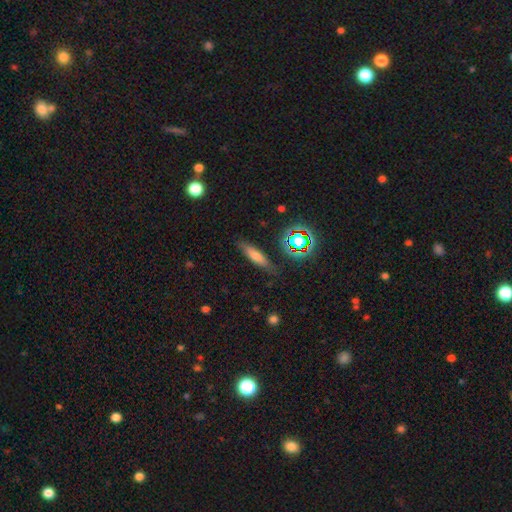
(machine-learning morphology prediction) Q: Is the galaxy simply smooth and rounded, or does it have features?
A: smooth — 64%.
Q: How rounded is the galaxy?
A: cigar-shaped — 68%.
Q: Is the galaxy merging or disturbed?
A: none — 81%.